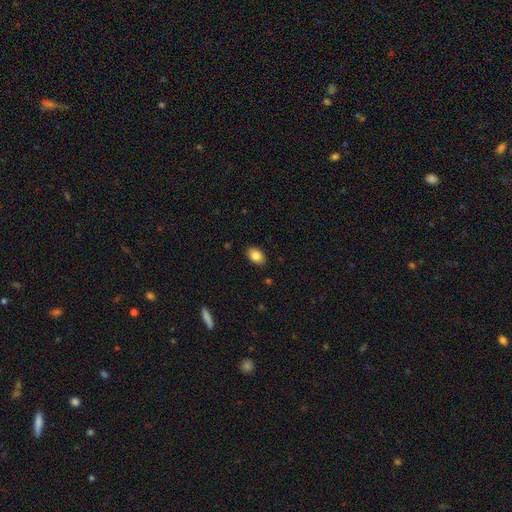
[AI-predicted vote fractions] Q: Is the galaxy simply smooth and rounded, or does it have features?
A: smooth — 84%.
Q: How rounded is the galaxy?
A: in between — 84%.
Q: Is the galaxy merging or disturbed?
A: none — 87%.